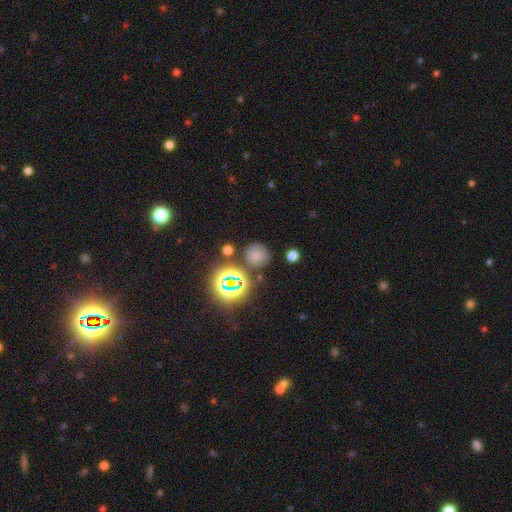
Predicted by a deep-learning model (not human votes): Smooth or featured? Predicted: smooth (p=0.65). How rounded? Predicted: round (p=0.89). Merging? Predicted: none (p=0.78).